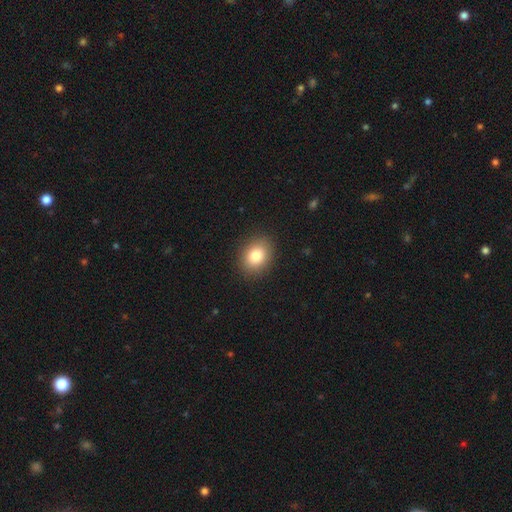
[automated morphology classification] Smooth or featured? Predicted: smooth (p=0.83). How rounded? Predicted: in between (p=0.56). Merging? Predicted: none (p=0.89).